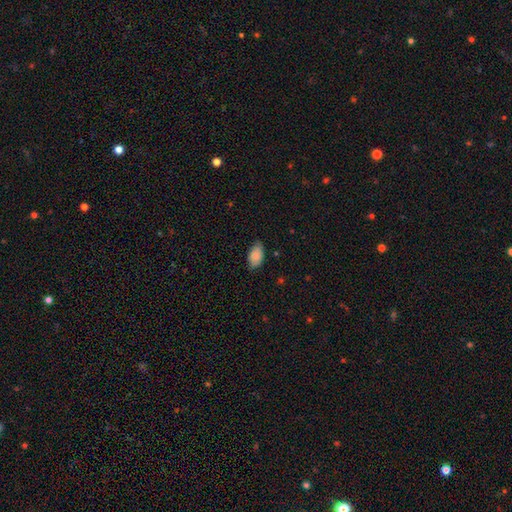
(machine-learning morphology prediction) smooth 87%, star or artifact 7%, featured or disk 6%. Down the decision tree: how rounded — in between (94%); merging — none (77%).